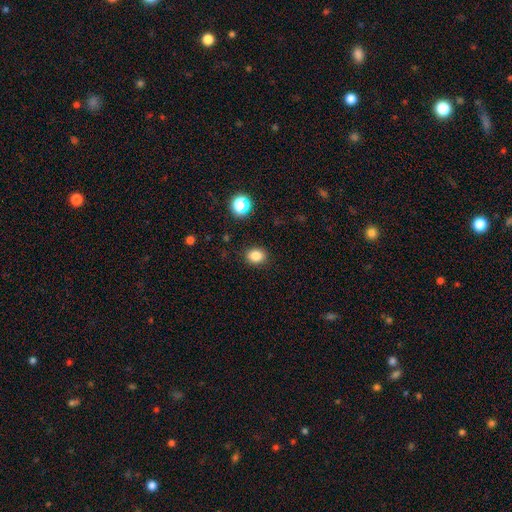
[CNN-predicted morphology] Smooth or featured? smooth (83%)
How rounded? round (53%)
Merging? none (89%)